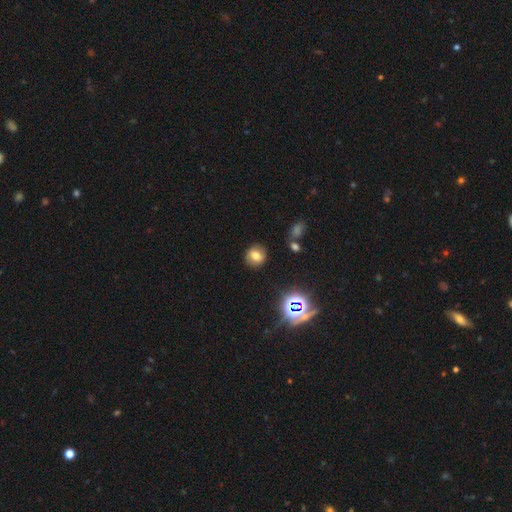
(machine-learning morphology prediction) type=smooth (68%); roundness=round (82%); merging=none (87%).